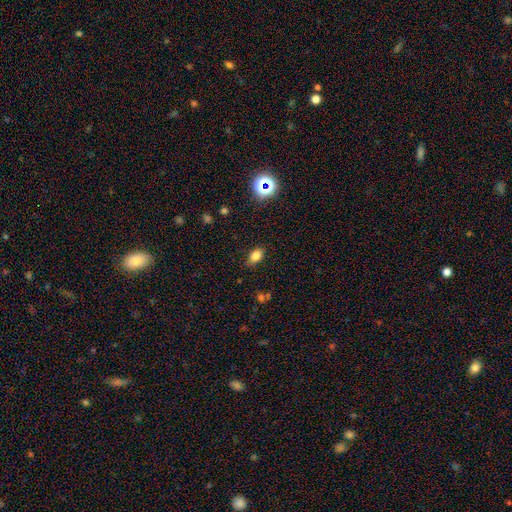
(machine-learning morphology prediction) This is clearly a smooth galaxy (81%). How rounded: clearly in between (85%). Merging: clearly none (81%).